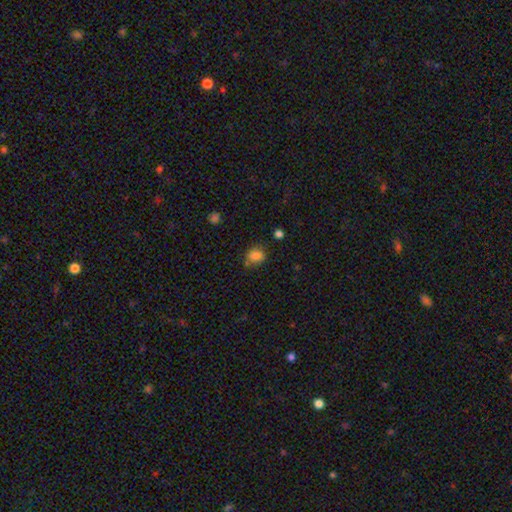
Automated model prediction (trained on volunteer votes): Smooth or featured: smooth — 83% (star or artifact — 12%)
How rounded: round — 63% (in between — 36%)
Merging: none — 67% (minor disturbance — 20%)